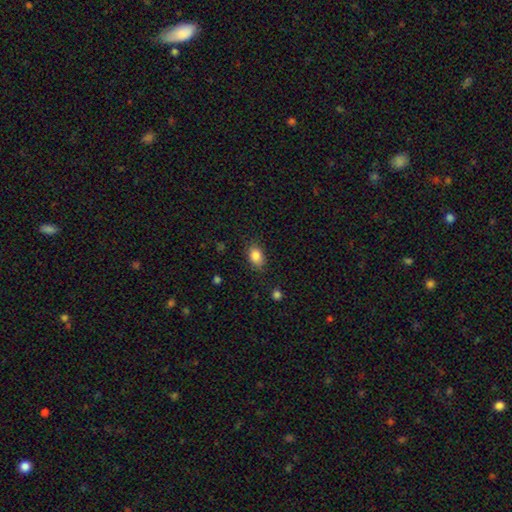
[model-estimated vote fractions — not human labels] Morphology: type=smooth (86%); roundness=in between (80%); merging=none (82%).